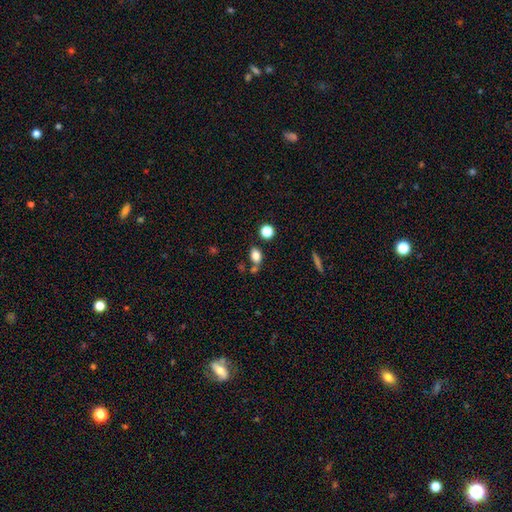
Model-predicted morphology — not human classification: Smooth or featured: smooth — 81% (star or artifact — 11%)
How rounded: in between — 75% (round — 23%)
Merging: none — 62% (merger — 19%)